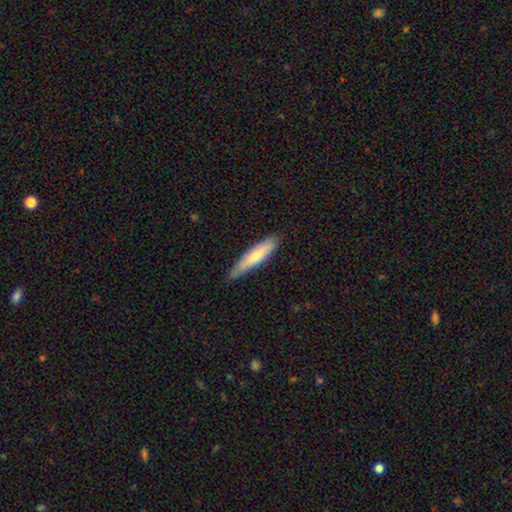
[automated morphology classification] type=smooth (67%); roundness=cigar-shaped (84%); merging=none (80%).